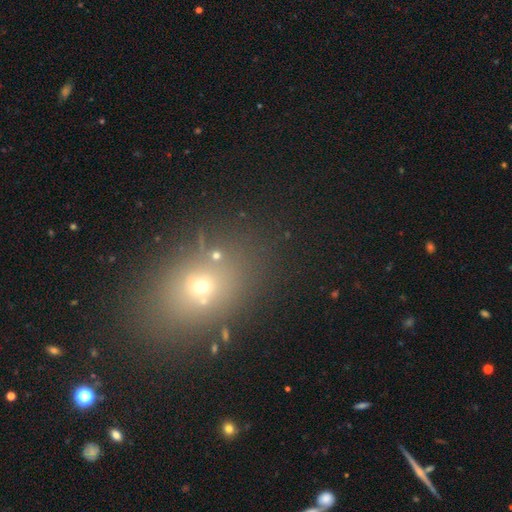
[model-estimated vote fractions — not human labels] smooth_or_featured: smooth (p=0.57) [alt: star or artifact p=0.31]
how_rounded: in between (p=0.60) [alt: round p=0.37]
merging: none (p=0.84) [alt: minor disturbance p=0.08]